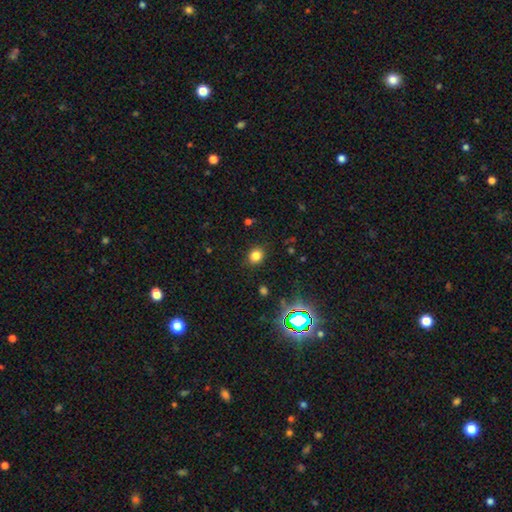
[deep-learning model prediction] Q: Smooth or featured?
A: smooth (79%); runner-up: star or artifact (16%)
Q: How rounded?
A: round (69%); runner-up: in between (30%)
Q: Merging?
A: none (87%); runner-up: minor disturbance (9%)